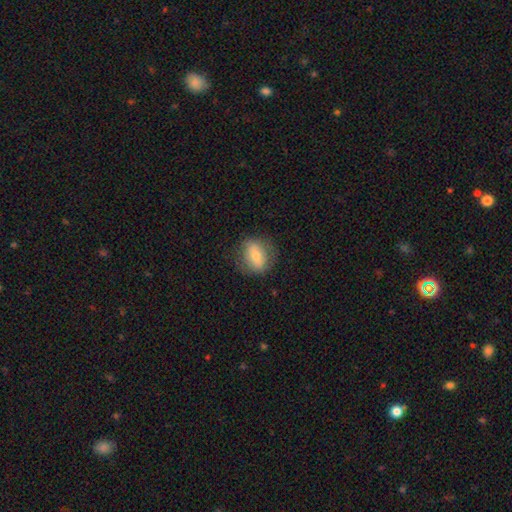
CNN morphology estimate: Smooth or featured? Predicted: smooth (p=0.64). How rounded? Predicted: in between (p=0.51). Merging? Predicted: none (p=0.76).